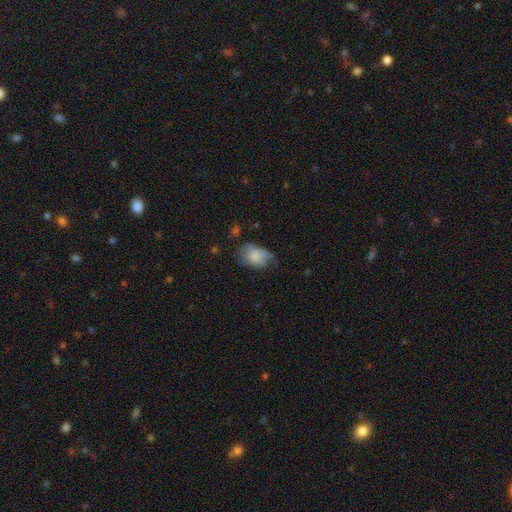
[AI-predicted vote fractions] Q: Smooth or featured?
A: smooth (74%); runner-up: featured or disk (18%)
Q: How rounded?
A: in between (80%); runner-up: round (19%)
Q: Merging?
A: none (39%); runner-up: minor disturbance (37%)